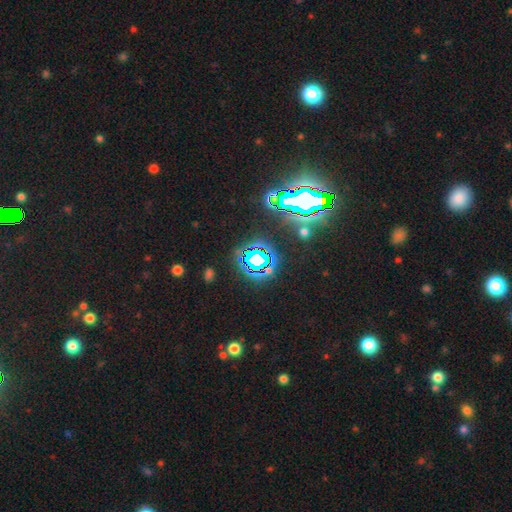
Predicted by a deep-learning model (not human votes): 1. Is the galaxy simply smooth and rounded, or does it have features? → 81% star or artifact, 11% smooth, 8% featured or disk.